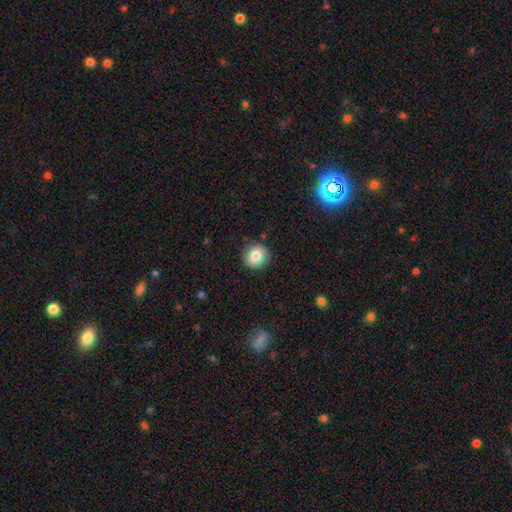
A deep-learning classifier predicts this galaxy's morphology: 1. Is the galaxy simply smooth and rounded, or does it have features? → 83% smooth, 9% star or artifact, 8% featured or disk.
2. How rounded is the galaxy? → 90% round, 10% in between, 1% cigar-shaped.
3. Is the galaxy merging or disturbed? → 88% none, 9% minor disturbance, 2% major disturbance, 1% merger.